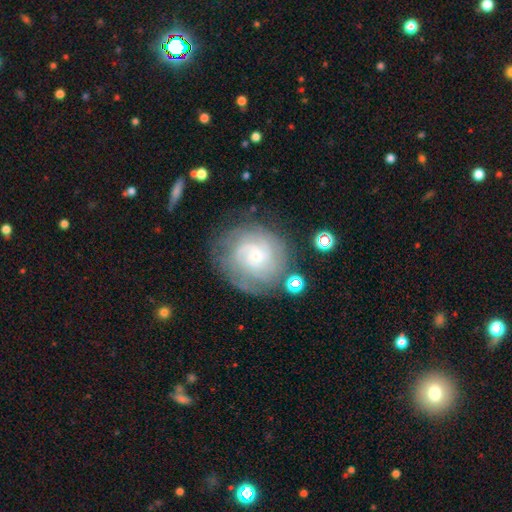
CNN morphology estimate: The model was most divided on "spiral arm count": can't tell: 40%, 2: 20%, 3: 18%, 4: 11%, more than 4: 6%, 1: 5%. More confident: edge-on disk — no (97%); spiral arms — yes (93%); smooth or featured — featured or disk (77%); merging — none (73%); bulge size — small (72%); spiral winding — tight (69%); bar — no (66%).